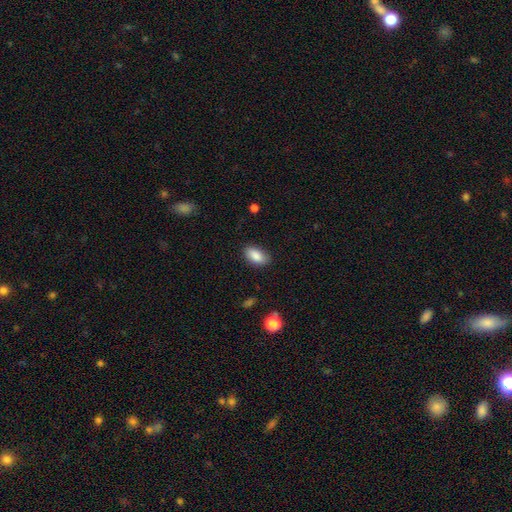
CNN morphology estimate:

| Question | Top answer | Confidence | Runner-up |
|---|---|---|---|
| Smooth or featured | smooth | 87% | star or artifact (7%) |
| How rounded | in between | 92% | round (5%) |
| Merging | none | 83% | minor disturbance (13%) |